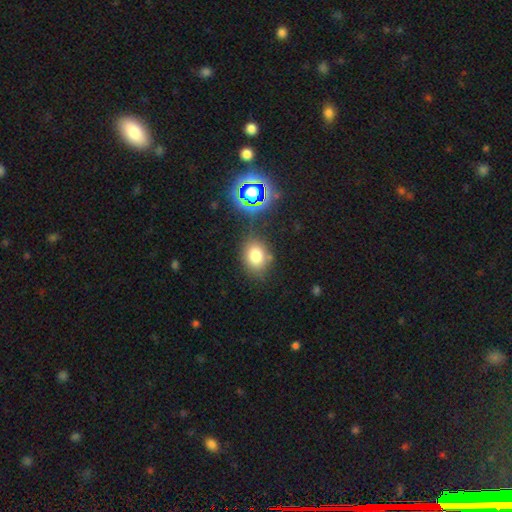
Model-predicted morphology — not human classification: Smooth or featured? Predicted: smooth (p=0.76). How rounded? Predicted: in between (p=0.59). Merging? Predicted: none (p=0.76).